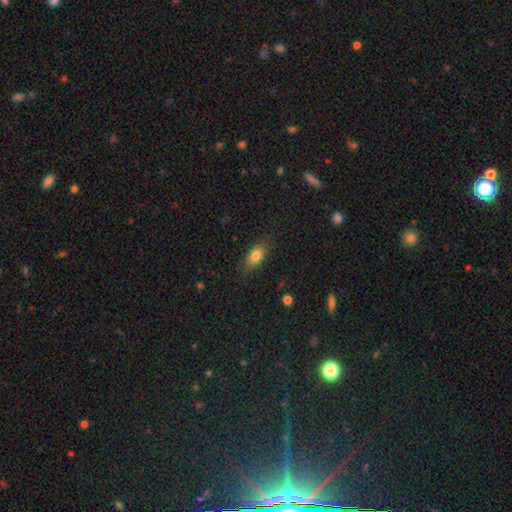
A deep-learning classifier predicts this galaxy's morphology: This appears to be a smooth galaxy with no disk features (80%) that is in between round and cigar-shaped (83%). Merging: none (82%).